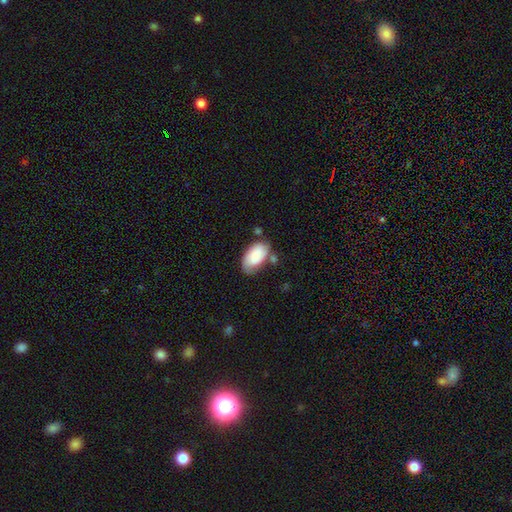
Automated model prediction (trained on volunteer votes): Smooth or featured? smooth (74%)
How rounded? in between (94%)
Merging? none (53%)